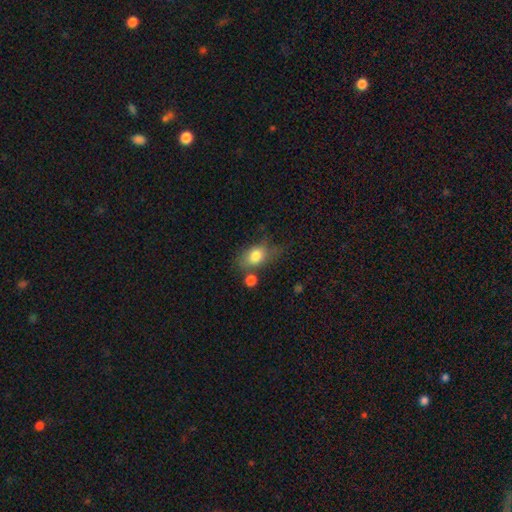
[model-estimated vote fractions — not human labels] Smooth or featured: smooth — 78% (featured or disk — 13%)
How rounded: in between — 77% (round — 20%)
Merging: none — 47% (minor disturbance — 25%)